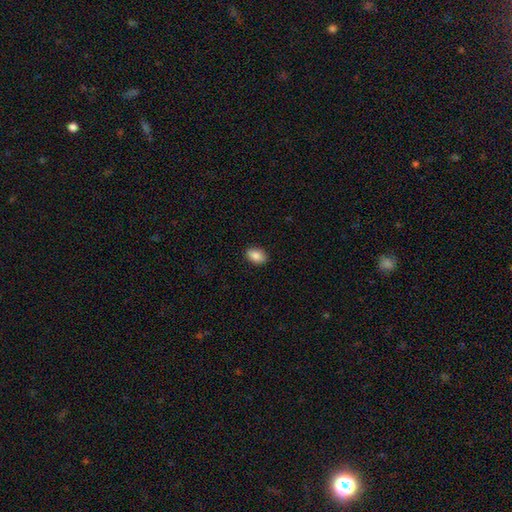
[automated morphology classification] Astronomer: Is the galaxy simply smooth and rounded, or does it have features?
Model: smooth — 86%.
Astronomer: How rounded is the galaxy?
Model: in between — 84%.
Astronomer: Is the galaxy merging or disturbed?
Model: none — 89%.